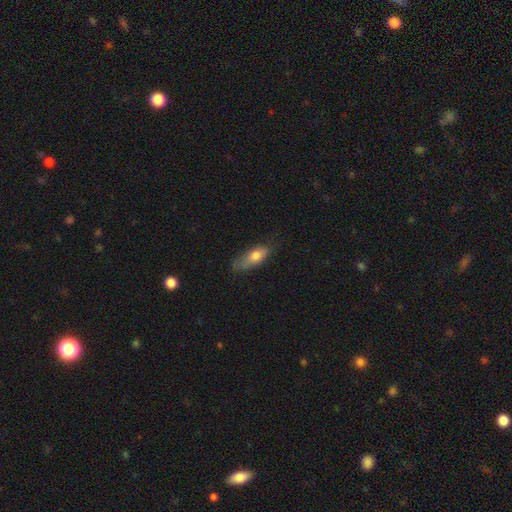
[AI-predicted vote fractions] Morphology: type=smooth (72%); roundness=in between (71%); merging=none (47%).